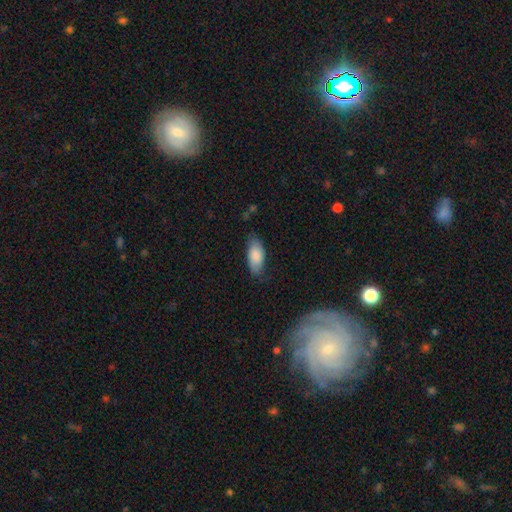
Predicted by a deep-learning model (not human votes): Q: Smooth or featured?
A: smooth (82%); runner-up: featured or disk (12%)
Q: How rounded?
A: in between (89%); runner-up: cigar-shaped (8%)
Q: Merging?
A: none (69%); runner-up: minor disturbance (24%)